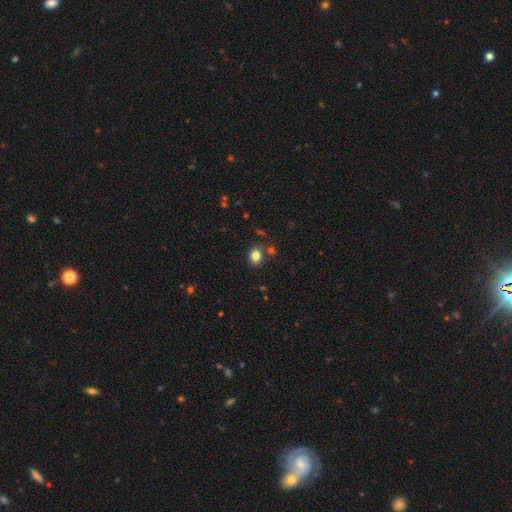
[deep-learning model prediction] Q: Smooth or featured?
A: smooth (81%); runner-up: star or artifact (12%)
Q: How rounded?
A: round (52%); runner-up: in between (47%)
Q: Merging?
A: none (79%); runner-up: minor disturbance (11%)